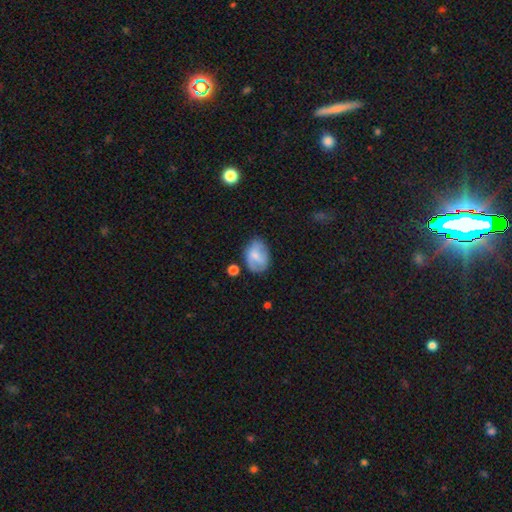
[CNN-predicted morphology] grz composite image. It shows a smooth galaxy with no disk features (65%) that is in between round and cigar-shaped (74%). Merging: none (60%).